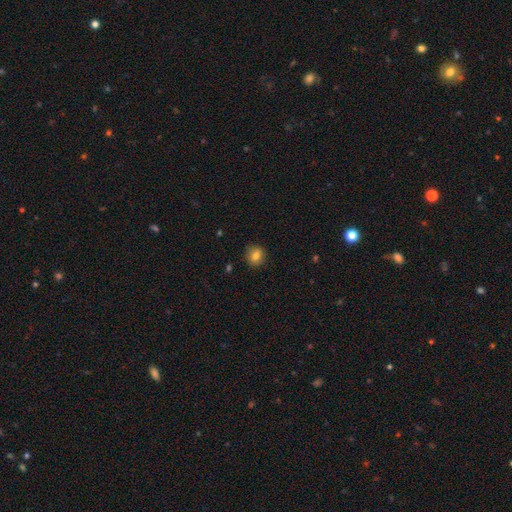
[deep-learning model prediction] Smooth or featured? smooth (81%)
How rounded? round (79%)
Merging? none (88%)